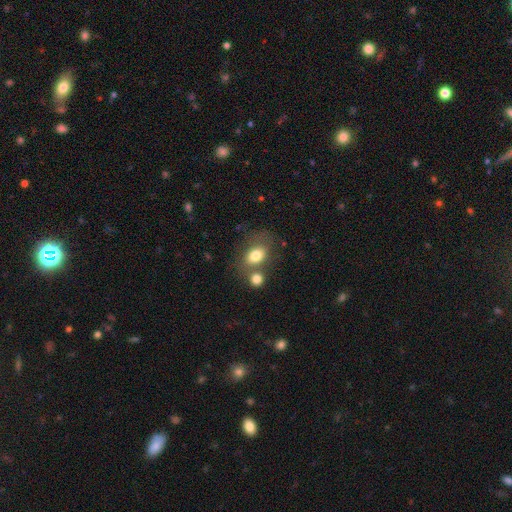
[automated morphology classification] smooth-or-featured: smooth: 77% | featured or disk: 13% | star or artifact: 9%
  how-rounded: in between: 72% | round: 27% | cigar-shaped: 1%
  merging: none: 47% | merger: 29% | minor disturbance: 16% | major disturbance: 8%